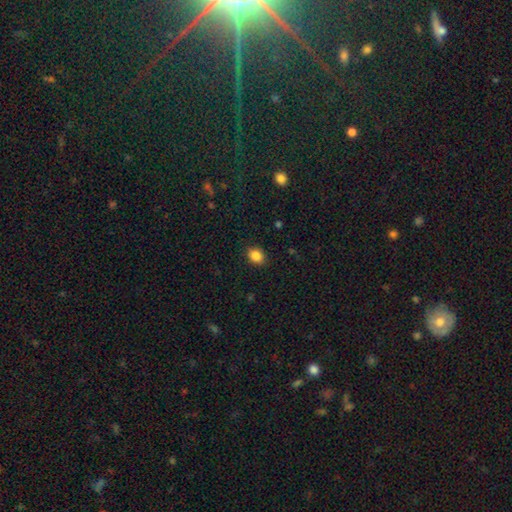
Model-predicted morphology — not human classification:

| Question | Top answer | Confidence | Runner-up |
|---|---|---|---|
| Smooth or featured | smooth | 86% | star or artifact (10%) |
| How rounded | in between | 52% | round (47%) |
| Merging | none | 89% | minor disturbance (8%) |